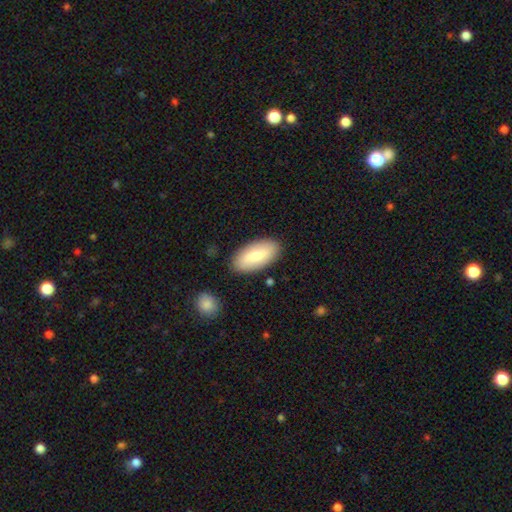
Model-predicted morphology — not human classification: Smooth or featured?
  - smooth: 74% *
  - featured or disk: 21%
  - star or artifact: 5%
How rounded?
  - in between: 91% *
  - cigar-shaped: 7%
  - round: 2%
Merging?
  - none: 86% *
  - minor disturbance: 9%
  - major disturbance: 2%
  - merger: 2%